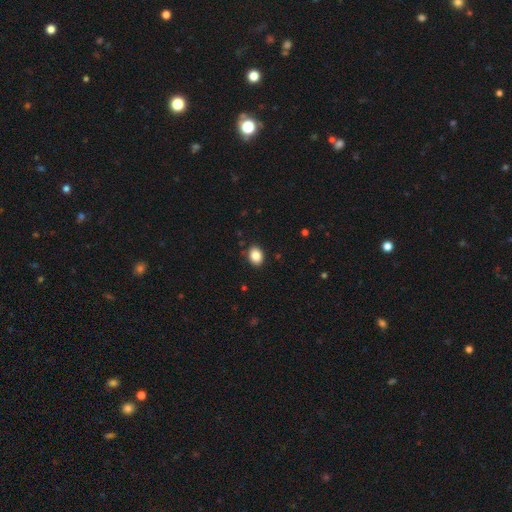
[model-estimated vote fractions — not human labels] Smooth or featured?
  - smooth: 87% *
  - star or artifact: 9%
  - featured or disk: 5%
How rounded?
  - in between: 63% *
  - round: 36%
  - cigar-shaped: 1%
Merging?
  - none: 89% *
  - minor disturbance: 8%
  - major disturbance: 2%
  - merger: 1%